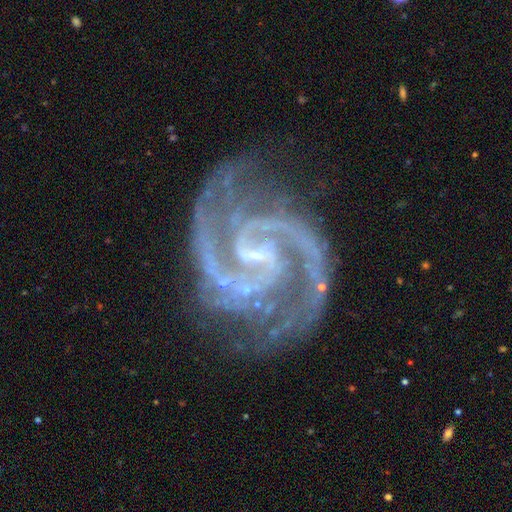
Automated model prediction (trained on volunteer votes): Overall: featured or disk (94%). Edge-on disk: no (99%). Bar: weak (48%; no 30%). Spiral arms: yes (99%). Spiral arm count: 2 (80%). Spiral winding: medium (58%; tight 34%). Bulge size: small (74%). Merging: none (69%).